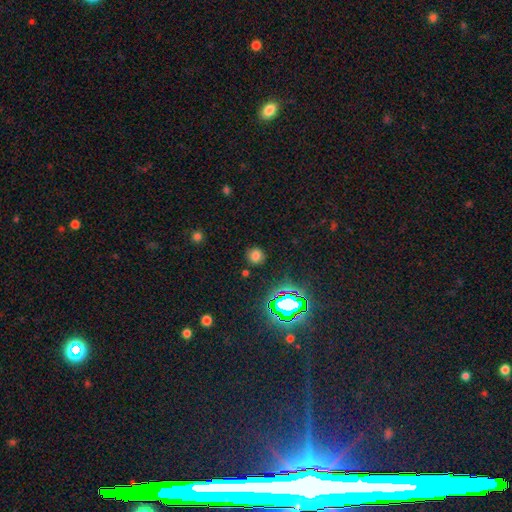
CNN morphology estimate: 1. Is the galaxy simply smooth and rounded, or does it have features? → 69% smooth, 24% star or artifact, 7% featured or disk.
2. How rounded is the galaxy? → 87% round, 12% in between, 1% cigar-shaped.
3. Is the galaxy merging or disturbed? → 85% none, 9% minor disturbance, 3% merger, 3% major disturbance.